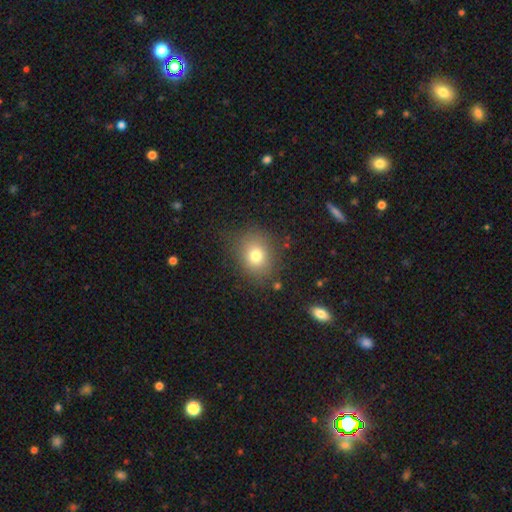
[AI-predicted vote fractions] This is likely a smooth galaxy (76%). How rounded: likely round (66%). Merging: clearly none (81%).